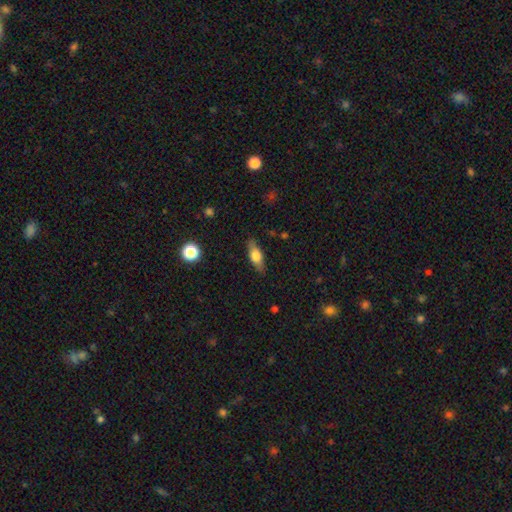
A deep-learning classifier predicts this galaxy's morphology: smooth 65%, featured or disk 28%, star or artifact 7%. Down the decision tree: how rounded — in between (68%); merging — none (85%).